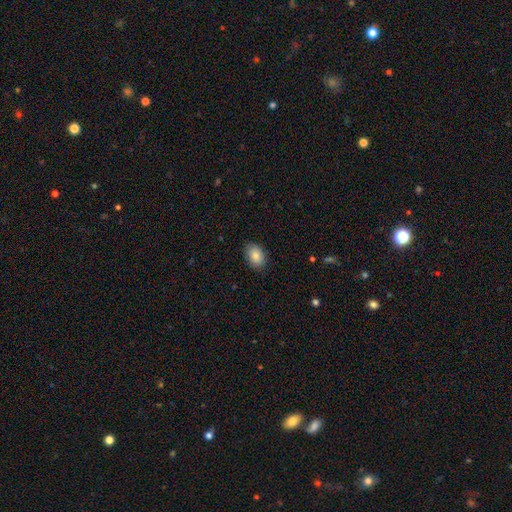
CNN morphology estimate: Smooth or featured: smooth — 87% (star or artifact — 7%)
How rounded: in between — 82% (round — 17%)
Merging: none — 85% (minor disturbance — 11%)